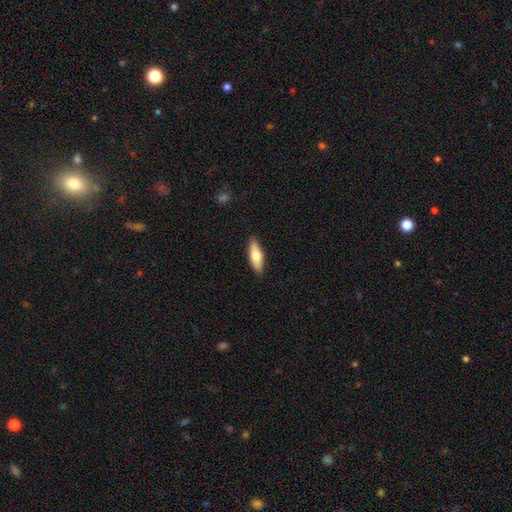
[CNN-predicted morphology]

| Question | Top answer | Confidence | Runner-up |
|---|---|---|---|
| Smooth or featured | smooth | 70% | featured or disk (25%) |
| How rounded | in between | 59% | cigar-shaped (39%) |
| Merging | none | 88% | minor disturbance (9%) |